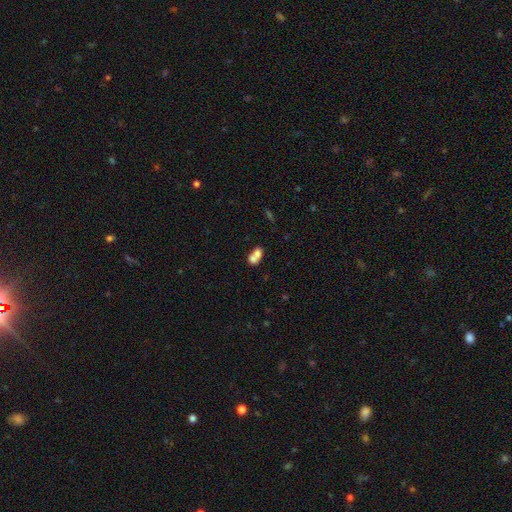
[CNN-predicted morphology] type=smooth (69%); roundness=in between (60%); merging=merger (70%).